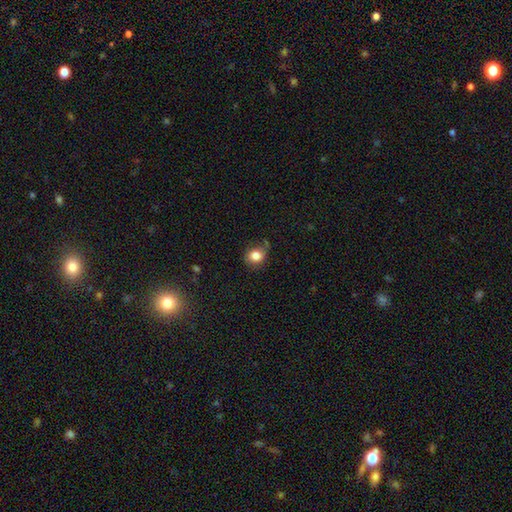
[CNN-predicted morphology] Smooth or featured?
  - smooth: 83% *
  - star or artifact: 10%
  - featured or disk: 7%
How rounded?
  - round: 65% *
  - in between: 34%
  - cigar-shaped: 1%
Merging?
  - none: 71% *
  - minor disturbance: 21%
  - major disturbance: 5%
  - merger: 3%